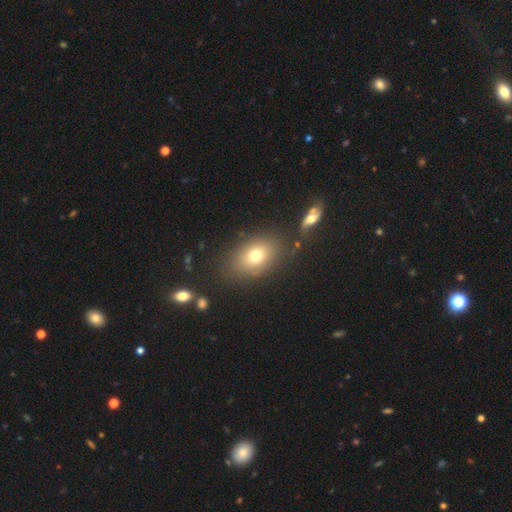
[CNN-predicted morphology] A smooth galaxy with no disk features (73%) that is in between round and cigar-shaped (73%).

Vote fractions:
- Smooth or featured? smooth: 73% / featured or disk: 15% / star or artifact: 12%
- How rounded? in between: 73% / round: 25% / cigar-shaped: 1%
- Merging? none: 77% / minor disturbance: 12% / major disturbance: 6% / merger: 5%